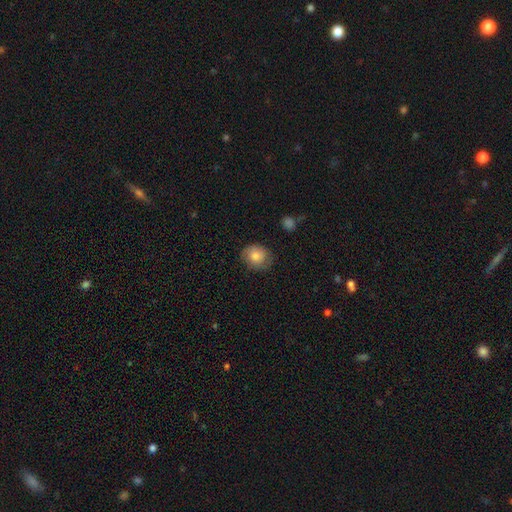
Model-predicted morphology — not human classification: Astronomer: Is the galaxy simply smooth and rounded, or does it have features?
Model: smooth — 80%.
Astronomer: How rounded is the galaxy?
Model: round — 74%.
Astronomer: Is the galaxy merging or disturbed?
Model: none — 77%.